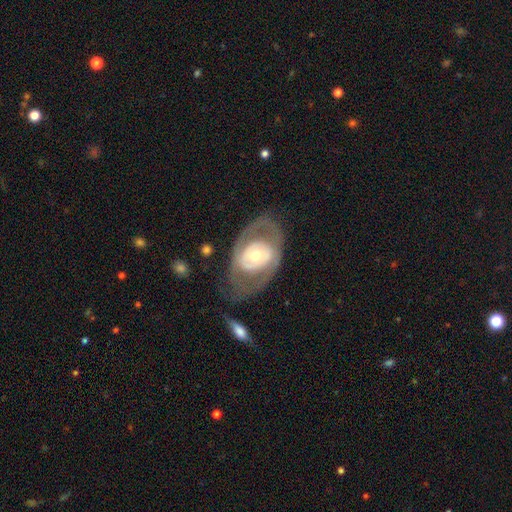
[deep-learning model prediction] Smooth or featured: featured or disk — 70% (smooth — 25%)
Edge-on disk: no — 93% (yes — 7%)
Bar: no — 66% (weak — 23%)
Spiral arms: no — 57% (yes — 43%)
Bulge size: moderate — 61% (small — 24%)
Merging: none — 63% (minor disturbance — 17%)